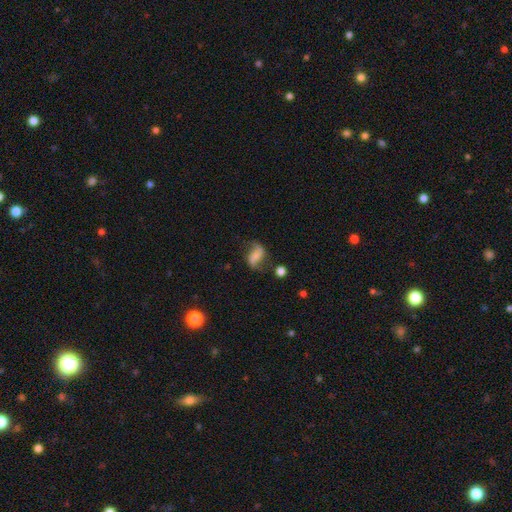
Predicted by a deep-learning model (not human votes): The model was most divided on "bar": no: 38%, weak: 35%, strong: 27%. Remaining: edge-on disk — no (96%); spiral arm count — 2 (89%); spiral arms — yes (89%); spiral winding — loose (78%); smooth or featured — featured or disk (61%); merging — none (58%); bulge size — none (49%).